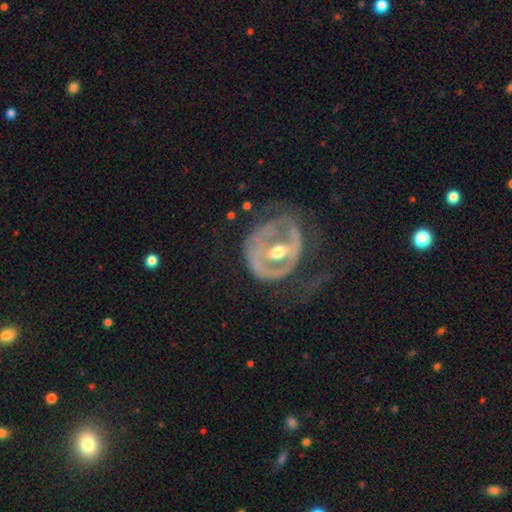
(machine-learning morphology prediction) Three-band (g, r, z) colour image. It shows a featured or disk galaxy (78%) with a strong bar (44%), no spiral arms (56%) and a moderate central bulge (72%). Merging: none (44%).